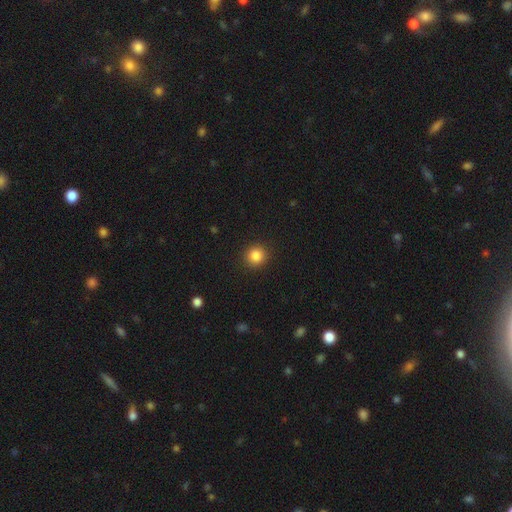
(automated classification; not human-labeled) Q: Smooth or featured?
A: smooth (85%); runner-up: star or artifact (11%)
Q: How rounded?
A: round (90%); runner-up: in between (9%)
Q: Merging?
A: none (92%); runner-up: minor disturbance (5%)